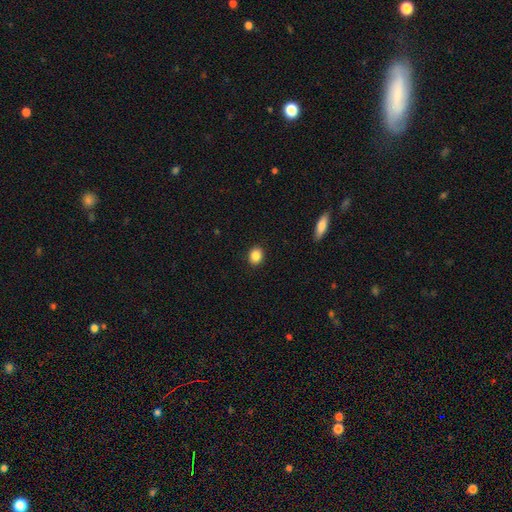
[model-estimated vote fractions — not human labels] Smooth or featured? smooth (86%)
How rounded? round (59%)
Merging? none (91%)